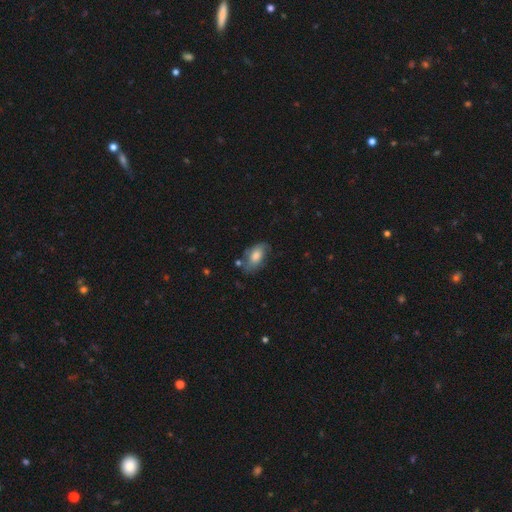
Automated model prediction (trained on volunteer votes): Morphology: type=smooth (71%); roundness=in between (90%); merging=none (57%).